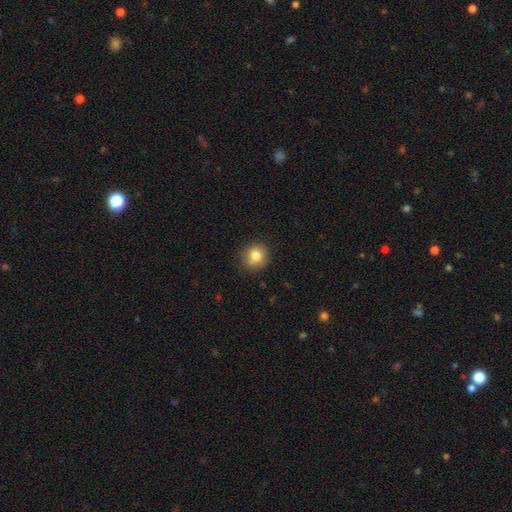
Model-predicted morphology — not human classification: Overall: smooth (78%). How rounded: round (84%). Merging: none (74%).